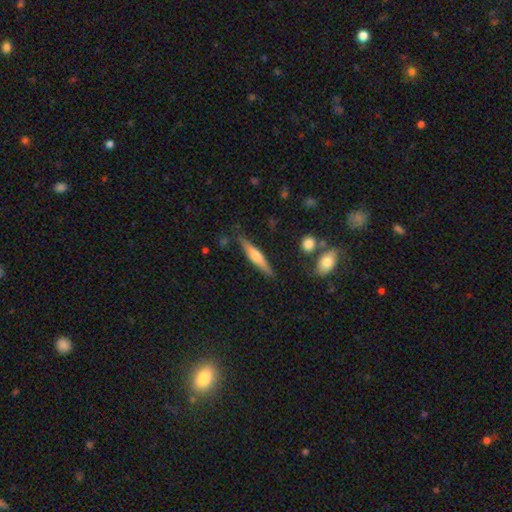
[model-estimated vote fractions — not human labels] This is possibly a featured or disk galaxy (59%). It is clearly viewed edge-on (96%). Edge-on bulge: clearly rounded (82%). Merging: clearly none (84%).